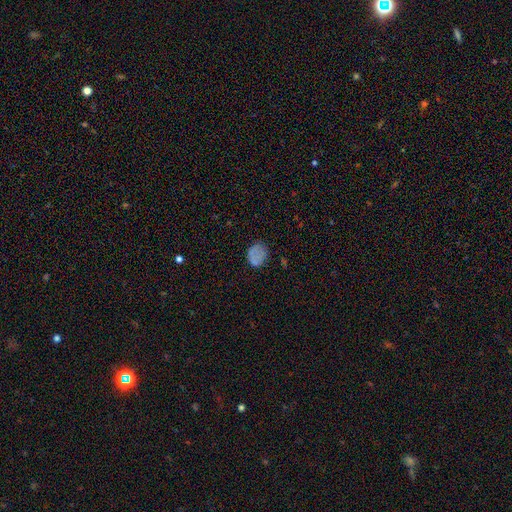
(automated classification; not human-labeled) Smooth or featured?
  - smooth: 75% *
  - star or artifact: 14%
  - featured or disk: 11%
How rounded?
  - round: 58% *
  - in between: 41%
  - cigar-shaped: 1%
Merging?
  - none: 67% *
  - minor disturbance: 22%
  - major disturbance: 9%
  - merger: 2%